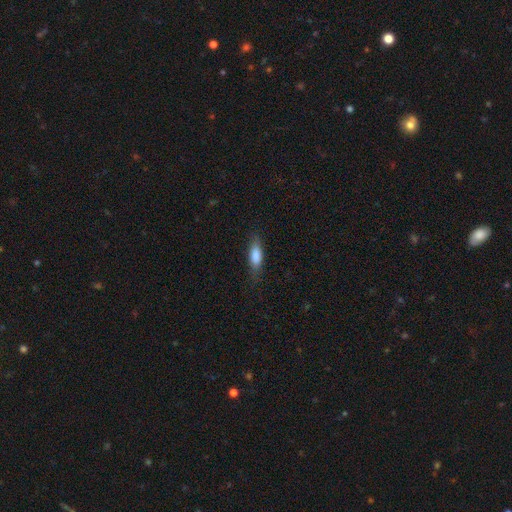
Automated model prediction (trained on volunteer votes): Q: Smooth or featured?
A: smooth (79%); runner-up: featured or disk (15%)
Q: How rounded?
A: in between (59%); runner-up: cigar-shaped (39%)
Q: Merging?
A: none (76%); runner-up: minor disturbance (18%)